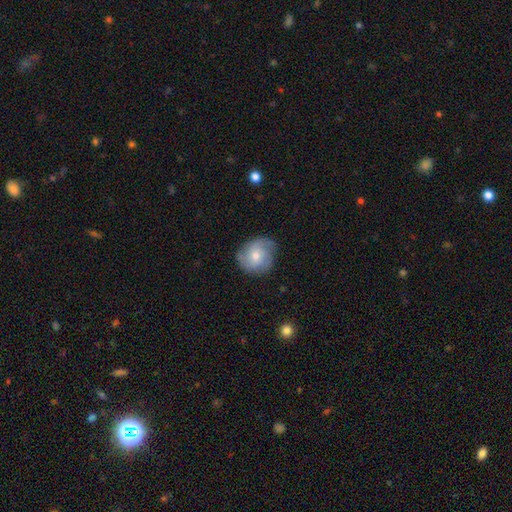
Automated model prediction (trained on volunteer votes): Morphology: type=featured or disk (63%); edge-on=no (97%); bar=no (74%); spiral arms=yes (91%); winding=tight (47%); arm count=3 (38%); bulge=moderate (50%); merging=none (77%).